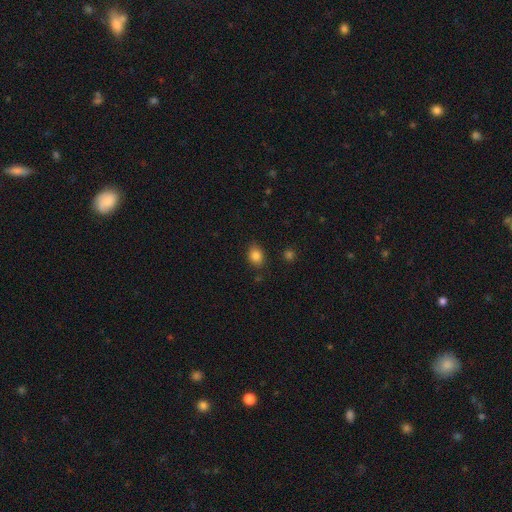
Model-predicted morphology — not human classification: type=smooth (84%); roundness=in between (58%); merging=none (82%).